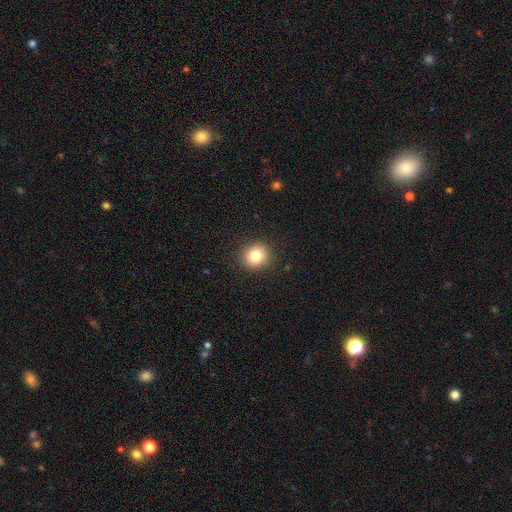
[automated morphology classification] Smooth or featured? Predicted: smooth (p=0.81). How rounded? Predicted: round (p=0.86). Merging? Predicted: none (p=0.91).